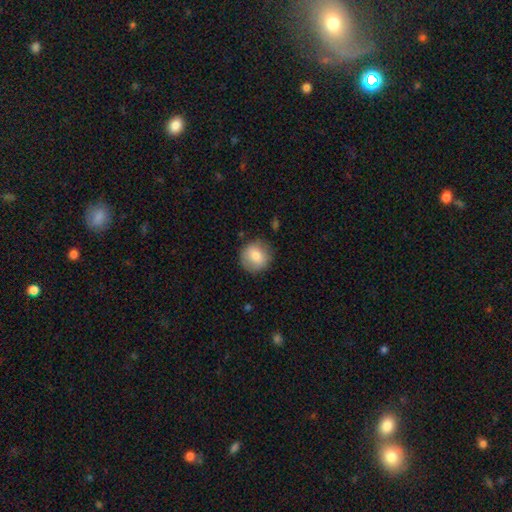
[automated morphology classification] A smooth galaxy with no disk features (79%) that is round (92%).

Vote fractions:
- Smooth or featured? smooth: 79% / featured or disk: 14% / star or artifact: 8%
- How rounded? round: 92% / in between: 7% / cigar-shaped: 1%
- Merging? none: 84% / minor disturbance: 12% / major disturbance: 3% / merger: 1%